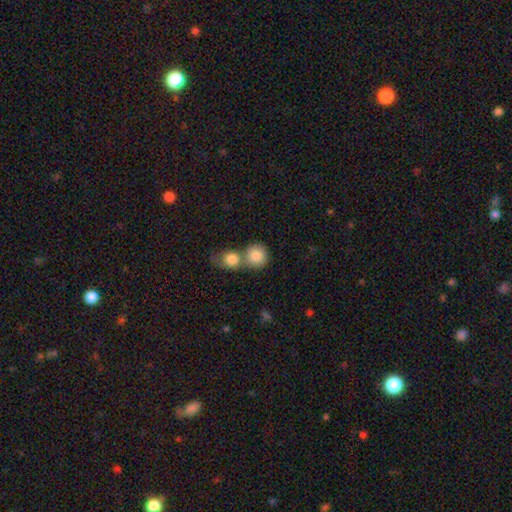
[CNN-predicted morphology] smooth_or_featured: smooth (p=0.85) [alt: star or artifact p=0.08]
how_rounded: round (p=0.87) [alt: in between p=0.12]
merging: merger (p=0.48) [alt: none p=0.43]